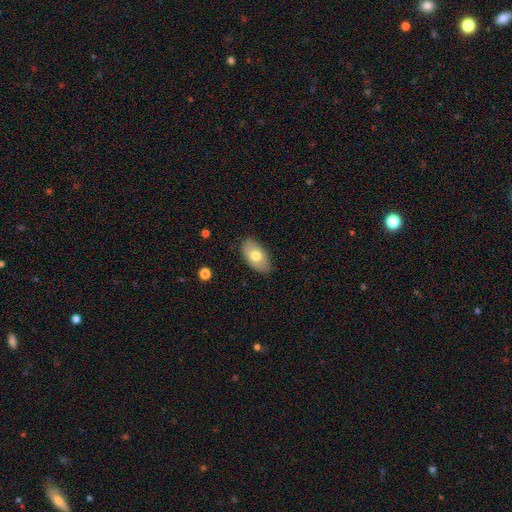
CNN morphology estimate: The model was most divided on "smooth or featured": smooth: 72%, featured or disk: 21%, star or artifact: 6%. More confident: how rounded — in between (94%); merging — none (84%).